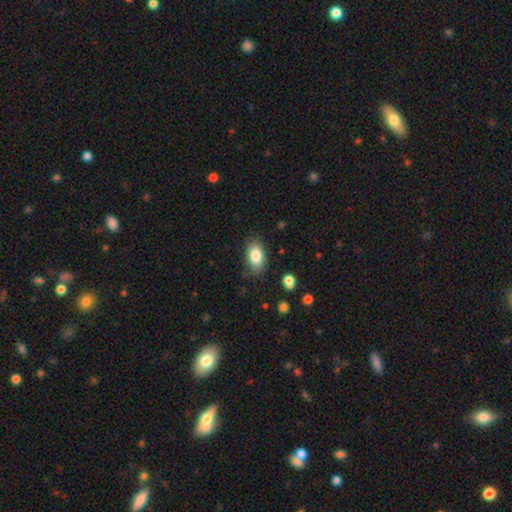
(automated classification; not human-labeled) A smooth galaxy with no disk features (85%) that is in between round and cigar-shaped (90%). Merging: none (80%).